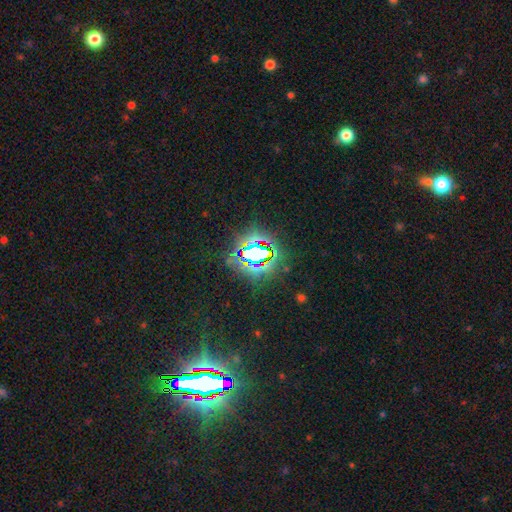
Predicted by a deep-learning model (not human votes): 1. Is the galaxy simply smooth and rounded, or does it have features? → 74% star or artifact, 15% smooth, 11% featured or disk.